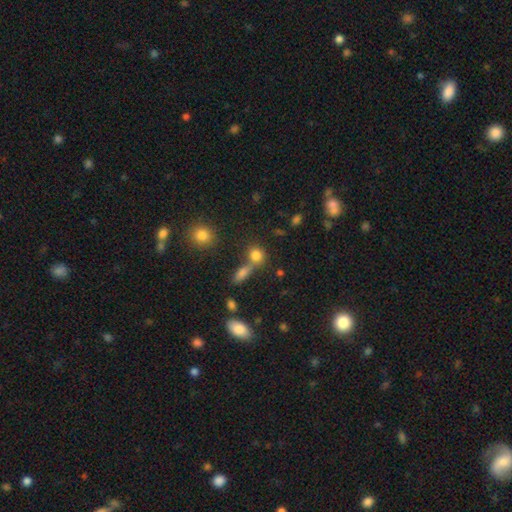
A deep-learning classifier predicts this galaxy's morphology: Smooth or featured?
  - smooth: 79% *
  - star or artifact: 13%
  - featured or disk: 8%
How rounded?
  - round: 69% *
  - in between: 27%
  - cigar-shaped: 4%
Merging?
  - none: 53% *
  - merger: 33%
  - minor disturbance: 9%
  - major disturbance: 4%